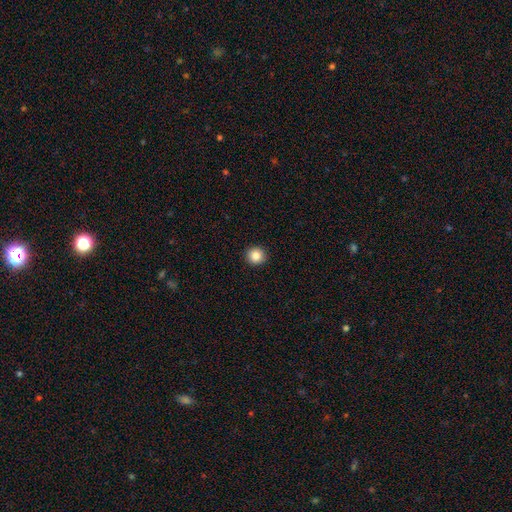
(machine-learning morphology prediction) This is clearly a smooth galaxy (87%). How rounded: clearly round (94%). Merging: clearly none (93%).